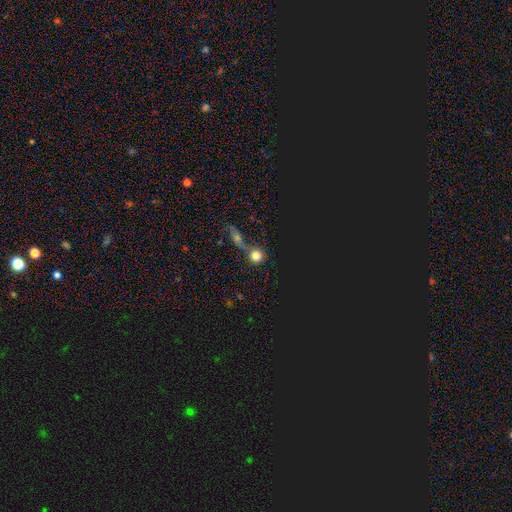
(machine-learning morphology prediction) A smooth galaxy with no disk features (69%) that is round (90%).

Vote fractions:
- Smooth or featured? smooth: 69% / star or artifact: 23% / featured or disk: 8%
- How rounded? round: 90% / in between: 8% / cigar-shaped: 2%
- Merging? none: 62% / merger: 24% / minor disturbance: 9% / major disturbance: 5%